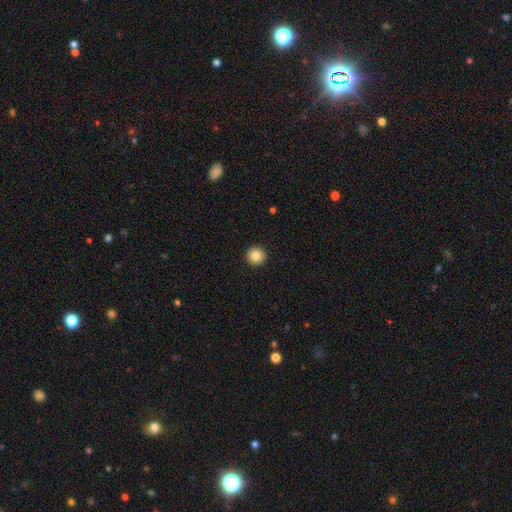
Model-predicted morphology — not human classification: The model was most divided on "smooth or featured": smooth: 84%, star or artifact: 9%, featured or disk: 7%. More confident: how rounded — round (96%); merging — none (94%).